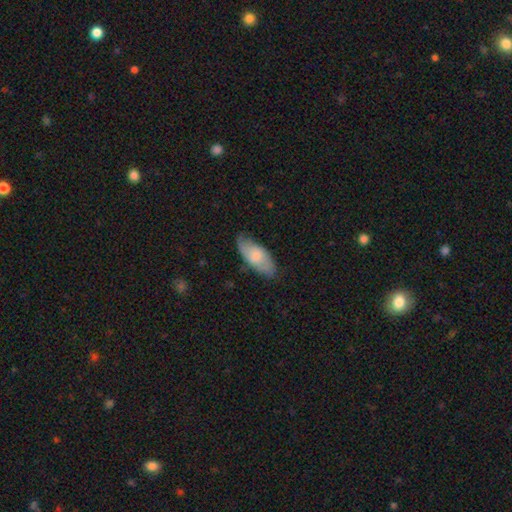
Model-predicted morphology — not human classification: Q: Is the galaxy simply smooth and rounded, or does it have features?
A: smooth — 68%.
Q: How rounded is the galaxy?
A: in between — 87%.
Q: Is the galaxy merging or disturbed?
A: none — 70%.